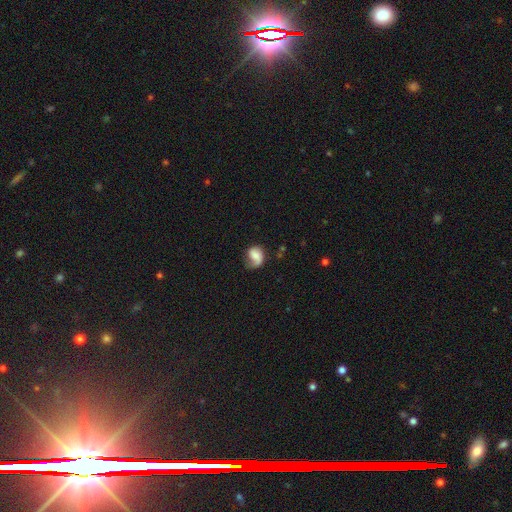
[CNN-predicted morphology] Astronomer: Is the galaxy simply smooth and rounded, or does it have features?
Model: smooth — 53% (runner-up: featured or disk, 39%).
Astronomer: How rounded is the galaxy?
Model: in between — 51% (runner-up: round, 48%).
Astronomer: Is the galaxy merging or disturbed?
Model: none — 41% (runner-up: minor disturbance, 29%).